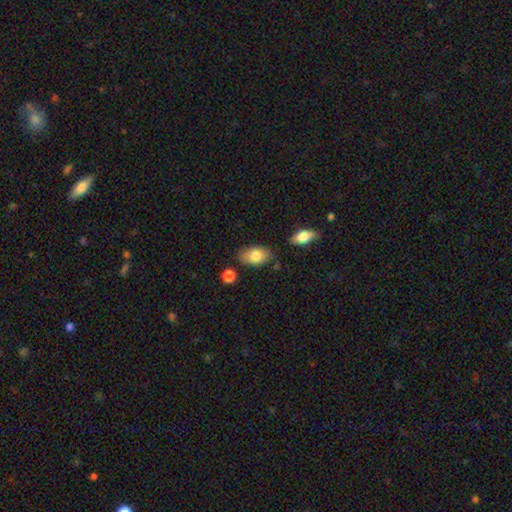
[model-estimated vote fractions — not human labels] Smooth or featured: smooth — 81% (featured or disk — 13%)
How rounded: in between — 92% (round — 6%)
Merging: none — 78% (minor disturbance — 14%)